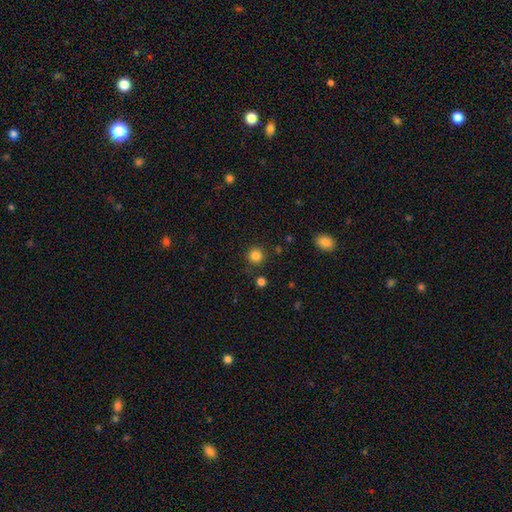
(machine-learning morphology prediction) smooth 83%, star or artifact 13%, featured or disk 5%. Down the decision tree: how rounded — round (95%); merging — none (88%).